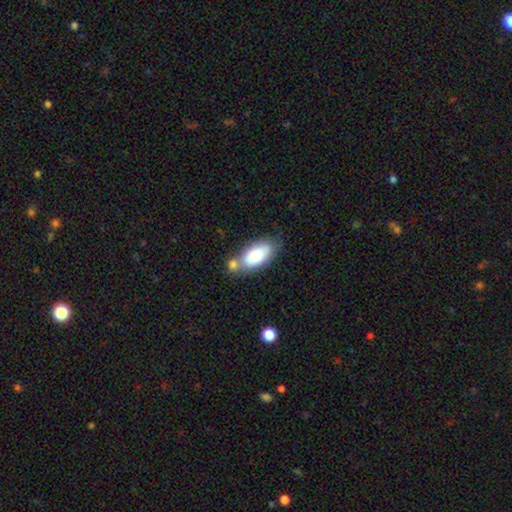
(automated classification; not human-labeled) smooth_or_featured: smooth (p=0.80) [alt: featured or disk p=0.13]
how_rounded: in between (p=0.91) [alt: cigar-shaped p=0.06]
merging: none (p=0.45) [alt: merger p=0.31]